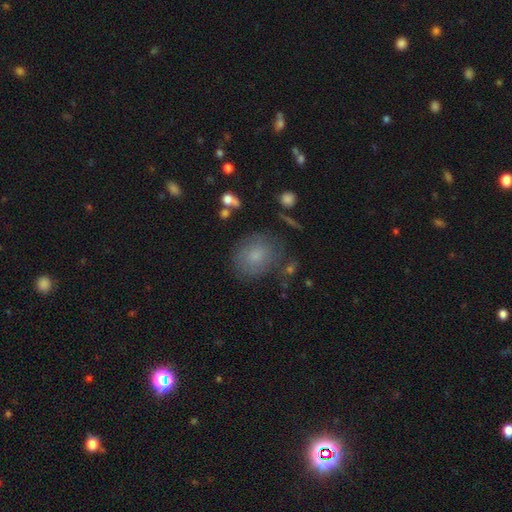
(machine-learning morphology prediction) type=smooth (66%); roundness=round (65%); merging=none (68%).